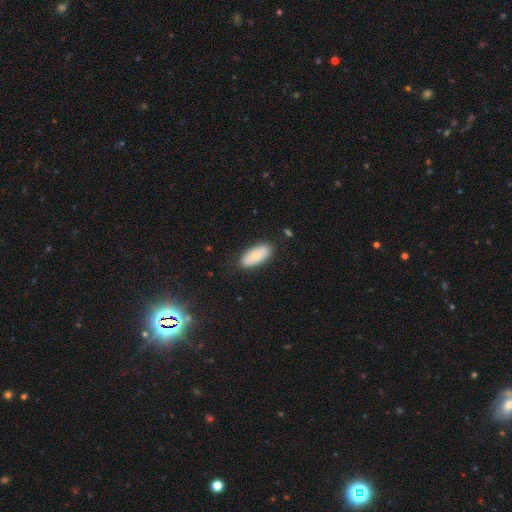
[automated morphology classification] Smooth or featured? smooth (71%)
How rounded? in between (88%)
Merging? none (82%)